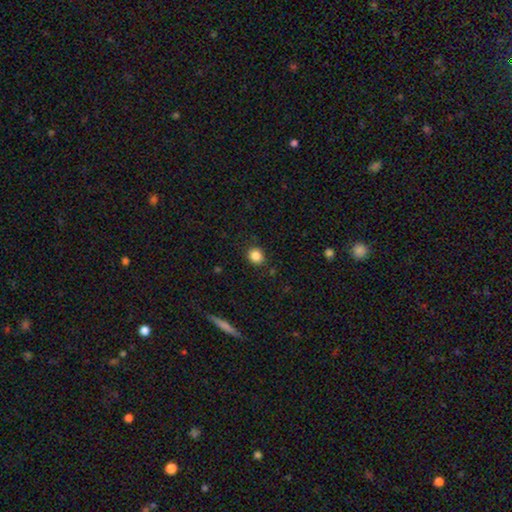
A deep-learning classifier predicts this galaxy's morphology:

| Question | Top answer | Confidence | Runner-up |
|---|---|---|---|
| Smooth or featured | smooth | 85% | star or artifact (10%) |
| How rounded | round | 80% | in between (19%) |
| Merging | none | 88% | minor disturbance (8%) |